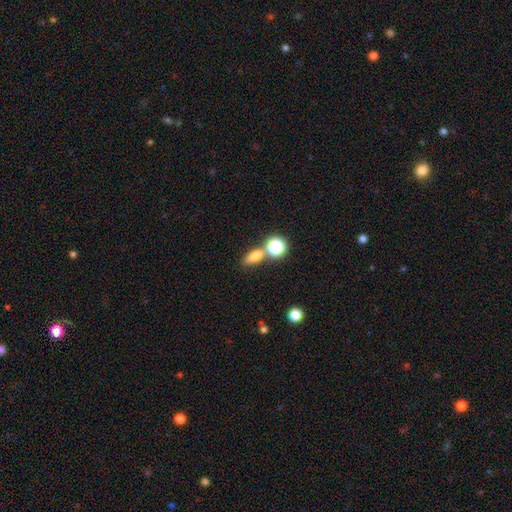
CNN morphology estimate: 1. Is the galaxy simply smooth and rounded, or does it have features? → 71% smooth, 18% star or artifact, 11% featured or disk.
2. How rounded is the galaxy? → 58% in between, 25% round, 18% cigar-shaped.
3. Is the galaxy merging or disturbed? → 60% none, 24% merger, 11% minor disturbance, 5% major disturbance.